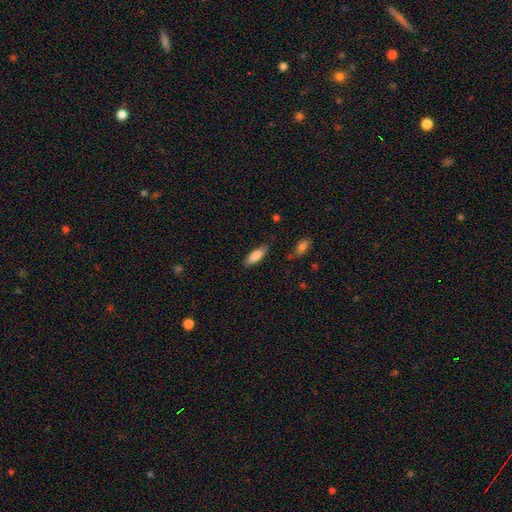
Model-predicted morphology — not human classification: smooth 78%, featured or disk 16%, star or artifact 6%. Down the decision tree: how rounded — in between (63%); merging — none (81%).